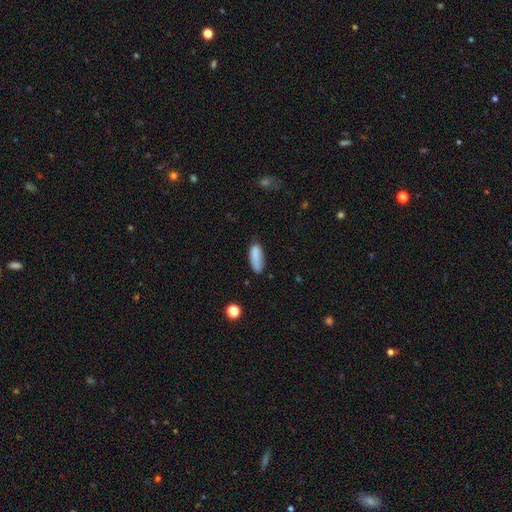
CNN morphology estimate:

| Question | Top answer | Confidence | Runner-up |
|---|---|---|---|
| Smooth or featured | smooth | 85% | star or artifact (8%) |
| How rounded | in between | 68% | cigar-shaped (30%) |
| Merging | none | 65% | minor disturbance (25%) |